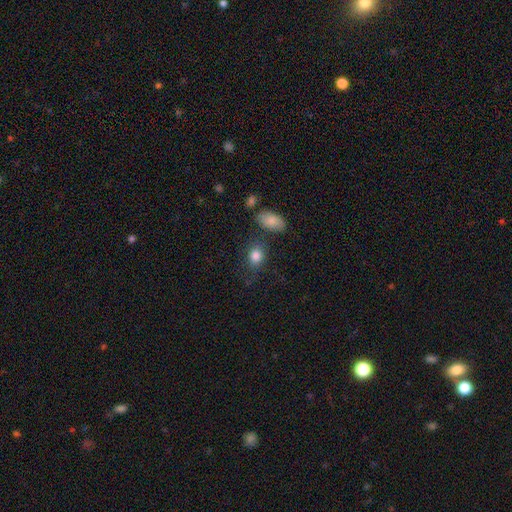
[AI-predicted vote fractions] Overall: smooth (85%). How rounded: round (51%; in between 48%). Merging: none (71%).